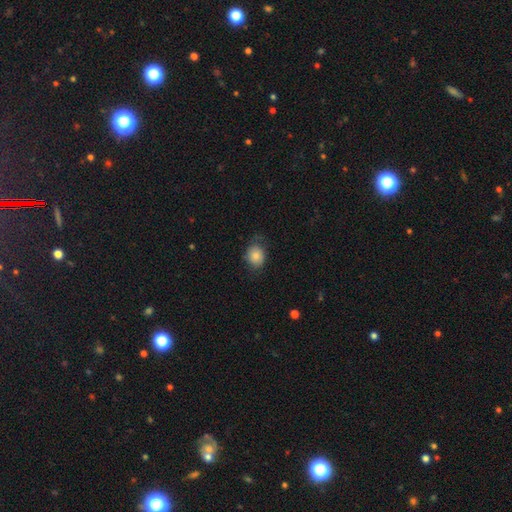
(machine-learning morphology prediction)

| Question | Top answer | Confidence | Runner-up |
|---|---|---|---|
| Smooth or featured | smooth | 79% | featured or disk (12%) |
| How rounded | round | 62% | in between (37%) |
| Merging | none | 62% | minor disturbance (27%) |